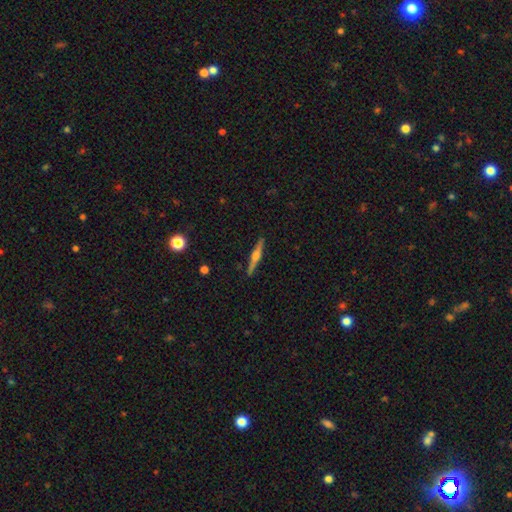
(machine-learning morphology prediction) This is likely a featured or disk galaxy (67%). It is clearly viewed edge-on (98%). Edge-on bulge: likely rounded (80%). Merging: clearly none (91%).